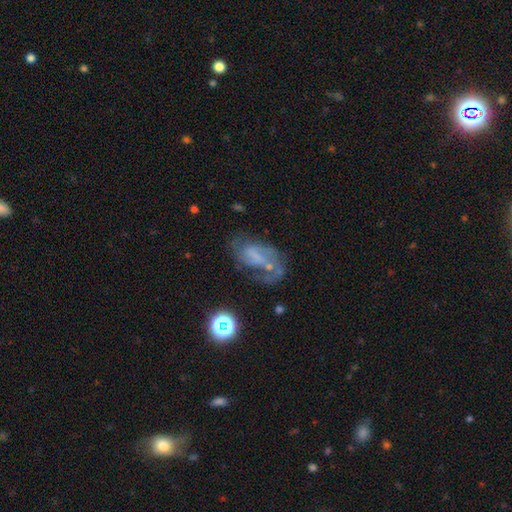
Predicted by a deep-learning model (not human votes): Smooth or featured? featured or disk (63%)
Edge-on disk? no (97%)
Bar? no (47%)
Spiral arms? yes (74%)
Bulge size? none (55%)
Merging? none (39%)